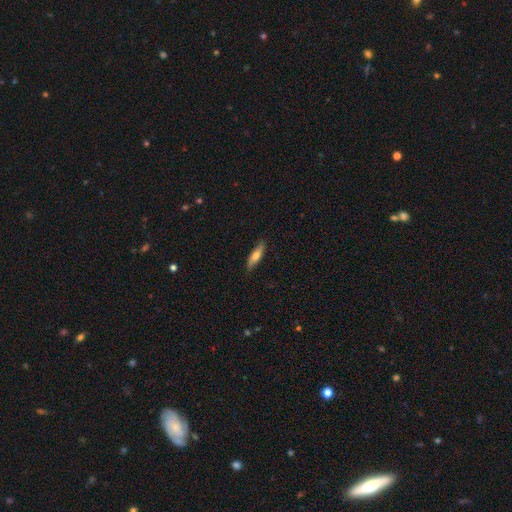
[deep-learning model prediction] A smooth galaxy with no disk features (62%) that is cigar-shaped (64%).

Vote fractions:
- Smooth or featured? smooth: 62% / featured or disk: 32% / star or artifact: 6%
- How rounded? cigar-shaped: 64% / in between: 34% / round: 2%
- Merging? none: 82% / minor disturbance: 15% / major disturbance: 2% / merger: 1%